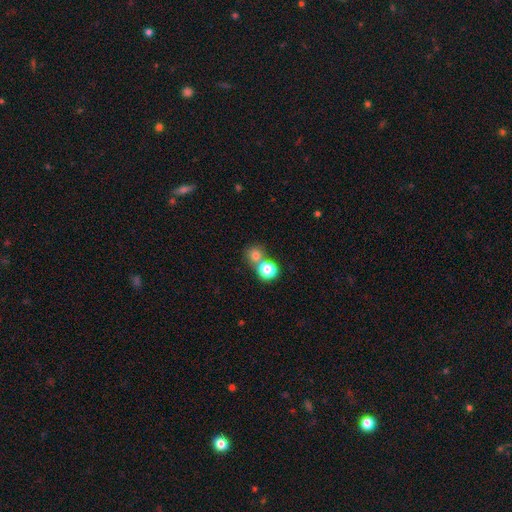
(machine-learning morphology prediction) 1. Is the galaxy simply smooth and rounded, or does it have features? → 76% smooth, 15% star or artifact, 8% featured or disk.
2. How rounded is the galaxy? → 88% round, 11% in between, 1% cigar-shaped.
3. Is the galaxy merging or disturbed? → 51% none, 39% merger, 7% minor disturbance, 3% major disturbance.